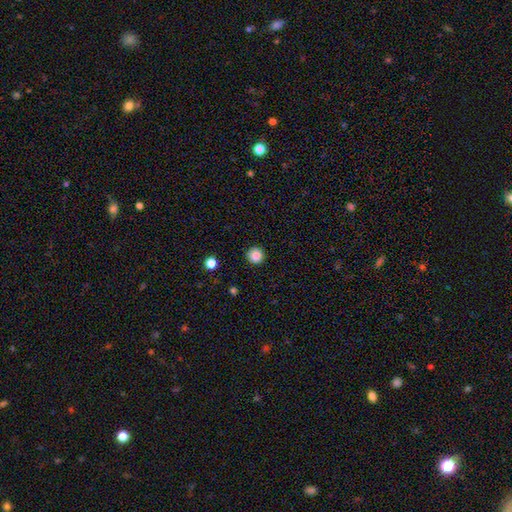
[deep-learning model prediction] This appears to be a smooth galaxy with no disk features (86%) that is round (95%). Merging: none (90%).